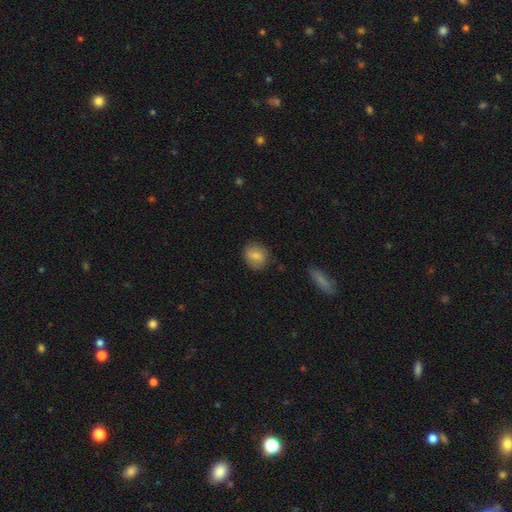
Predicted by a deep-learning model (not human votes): smooth-or-featured: smooth: 81% | featured or disk: 11% | star or artifact: 8%
  how-rounded: round: 72% | in between: 27% | cigar-shaped: 1%
  merging: none: 82% | minor disturbance: 13% | major disturbance: 3% | merger: 1%